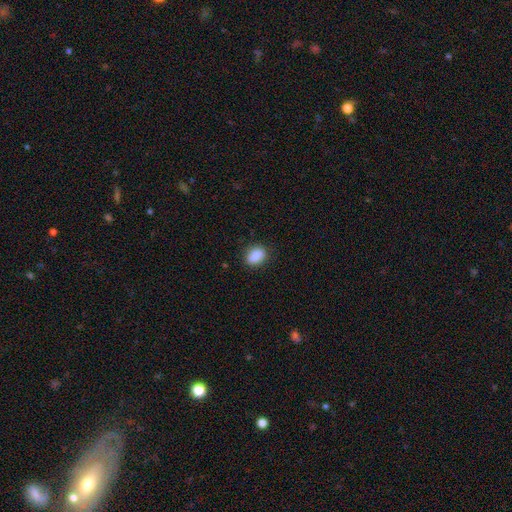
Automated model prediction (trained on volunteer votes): This appears to be a smooth galaxy with no disk features (88%) that is in between round and cigar-shaped (74%). Merging: none (83%).